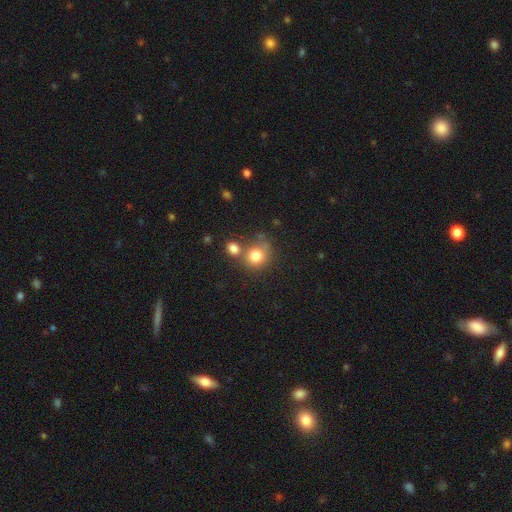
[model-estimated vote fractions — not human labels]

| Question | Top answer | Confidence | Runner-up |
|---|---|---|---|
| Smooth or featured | smooth | 80% | star or artifact (11%) |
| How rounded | round | 78% | in between (21%) |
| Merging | none | 50% | merger (31%) |